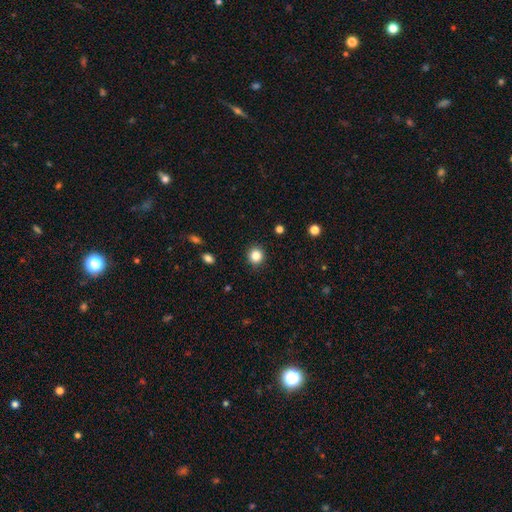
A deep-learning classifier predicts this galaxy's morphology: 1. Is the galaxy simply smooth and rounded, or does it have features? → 84% smooth, 11% star or artifact, 5% featured or disk.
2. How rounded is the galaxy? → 91% round, 8% in between, 1% cigar-shaped.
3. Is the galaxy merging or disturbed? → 91% none, 6% minor disturbance, 2% major disturbance, 1% merger.